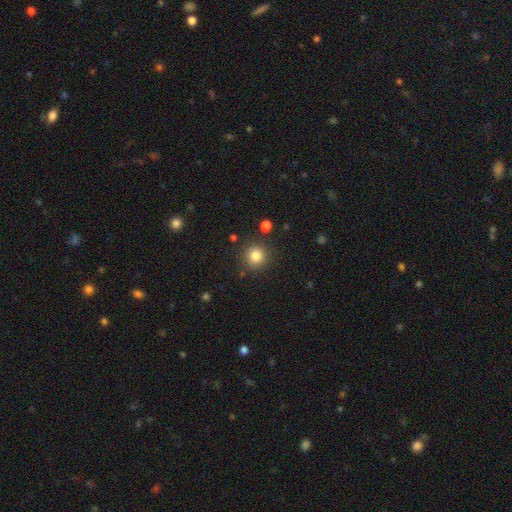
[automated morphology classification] smooth 83%, star or artifact 12%, featured or disk 5%. Down the decision tree: how rounded — round (93%); merging — none (87%).